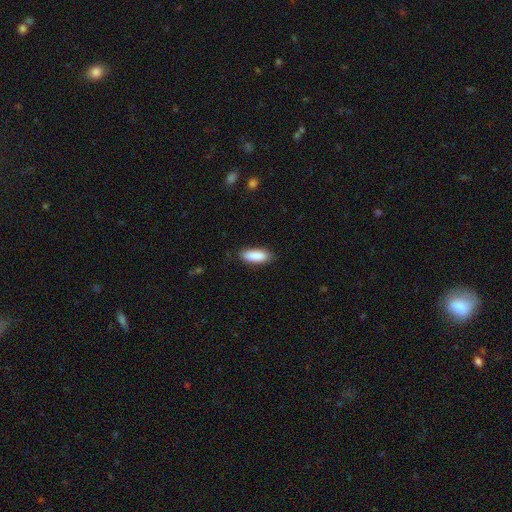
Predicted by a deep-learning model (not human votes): The model was most divided on "how rounded": in between: 74%, cigar-shaped: 24%, round: 2%. More confident: smooth or featured — smooth (90%); merging — none (86%).